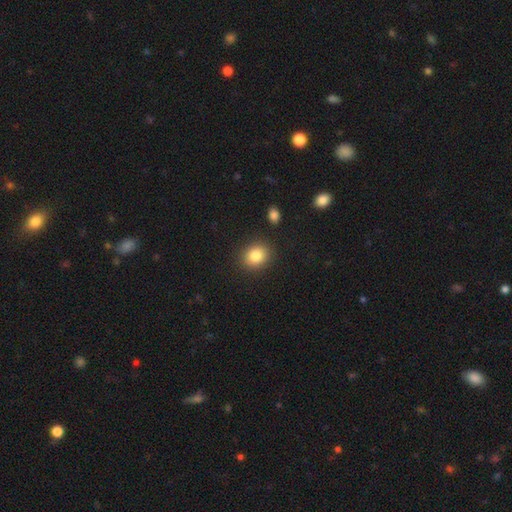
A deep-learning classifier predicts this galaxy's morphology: type=smooth (84%); roundness=round (66%); merging=none (87%).